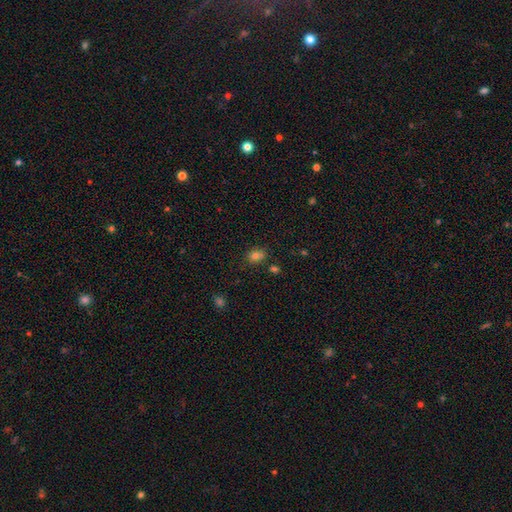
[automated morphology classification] Smooth or featured?
  - smooth: 77% *
  - star or artifact: 15%
  - featured or disk: 7%
How rounded?
  - round: 51% *
  - in between: 48%
  - cigar-shaped: 1%
Merging?
  - none: 69% *
  - minor disturbance: 17%
  - merger: 11%
  - major disturbance: 4%